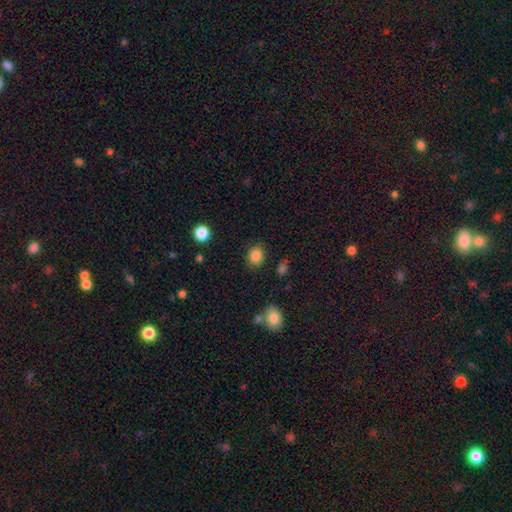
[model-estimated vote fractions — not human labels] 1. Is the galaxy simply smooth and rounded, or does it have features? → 86% smooth, 10% star or artifact, 5% featured or disk.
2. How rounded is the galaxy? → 60% round, 39% in between, 1% cigar-shaped.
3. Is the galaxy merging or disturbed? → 83% none, 11% minor disturbance, 3% major disturbance, 2% merger.